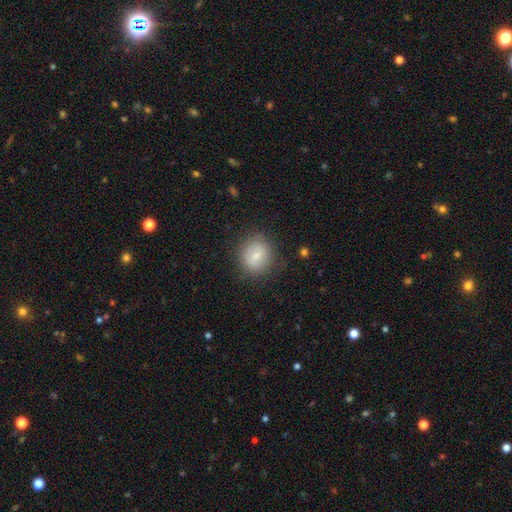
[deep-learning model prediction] Smooth or featured: smooth — 72% (featured or disk — 20%)
How rounded: round — 77% (in between — 22%)
Merging: none — 81% (minor disturbance — 13%)